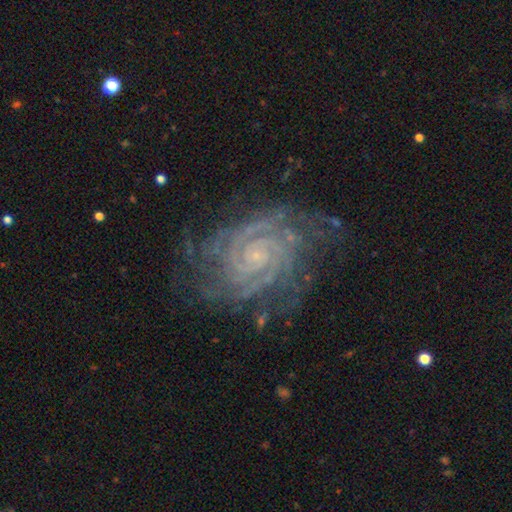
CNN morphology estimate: Smooth or featured? featured or disk (91%)
Edge-on disk? no (98%)
Bar? no (63%)
Spiral arms? yes (99%)
Spiral winding? tight (80%)
Spiral arm count? 2 (36%)
Bulge size? small (79%)
Merging? none (72%)